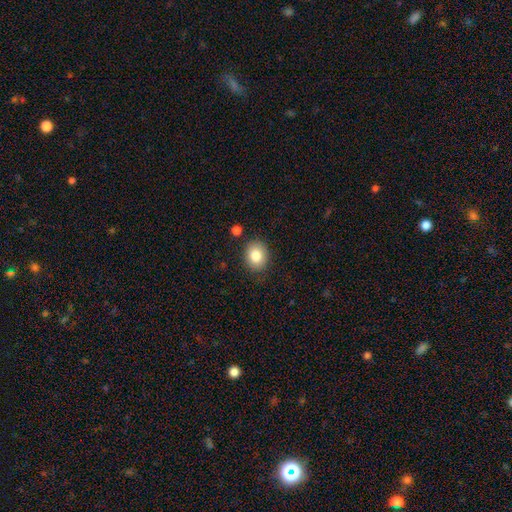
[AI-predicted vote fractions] Smooth or featured? Predicted: smooth (p=0.82). How rounded? Predicted: round (p=0.54). Merging? Predicted: none (p=0.83).